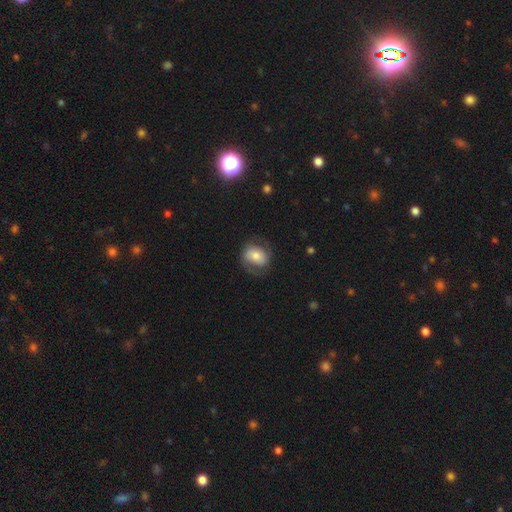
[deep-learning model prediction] This is possibly a featured or disk galaxy (49%). Merging: likely none (69%).